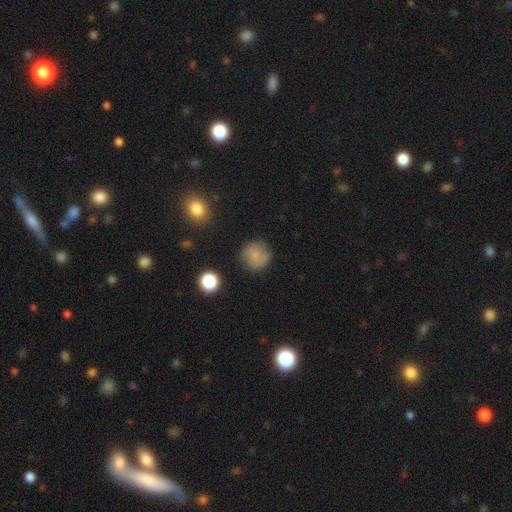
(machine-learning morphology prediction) smooth_or_featured: smooth (p=0.69) [alt: featured or disk p=0.19]
how_rounded: round (p=0.93) [alt: in between p=0.06]
merging: none (p=0.81) [alt: minor disturbance p=0.13]